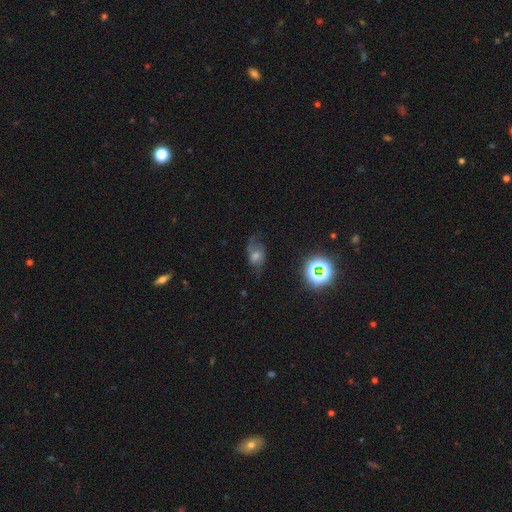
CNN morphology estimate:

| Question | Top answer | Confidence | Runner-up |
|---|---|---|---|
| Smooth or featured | featured or disk | 47% | smooth (29%) |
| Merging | none | 58% | minor disturbance (24%) |